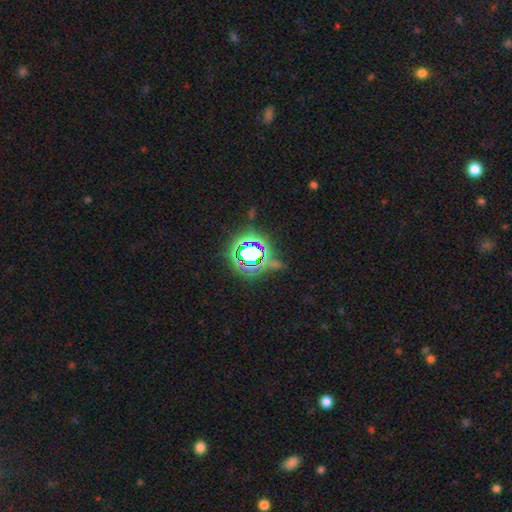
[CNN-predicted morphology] Smooth or featured? star or artifact (75%)